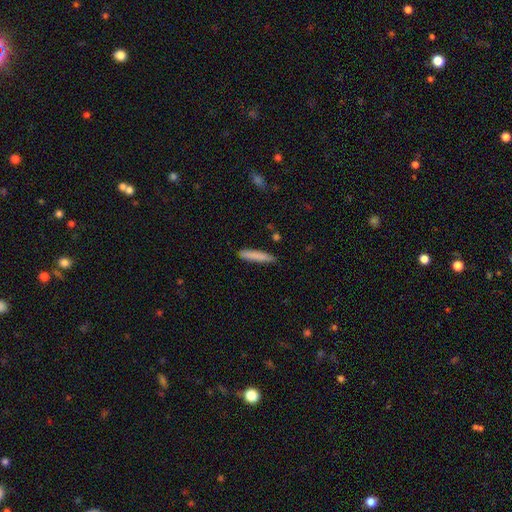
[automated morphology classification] Smooth or featured? smooth (82%)
How rounded? cigar-shaped (92%)
Merging? none (87%)